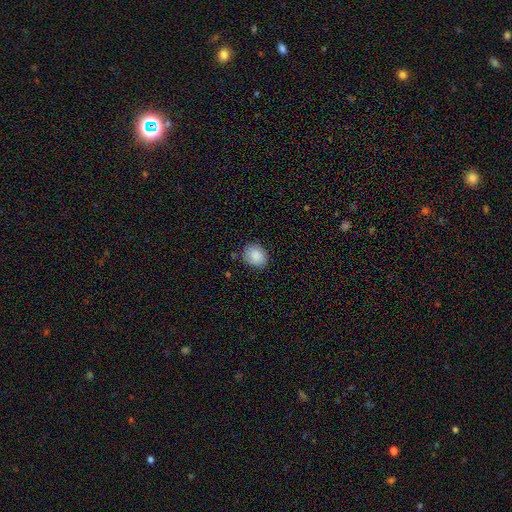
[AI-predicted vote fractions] Smooth or featured: smooth — 86% (star or artifact — 7%)
How rounded: round — 58% (in between — 41%)
Merging: none — 80% (minor disturbance — 16%)